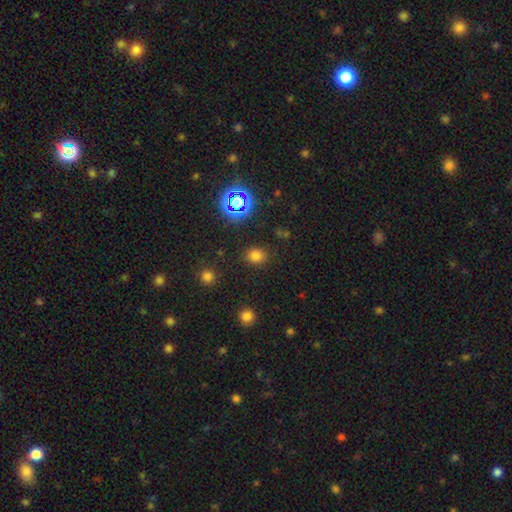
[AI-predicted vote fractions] Smooth or featured? Predicted: smooth (p=0.72). How rounded? Predicted: round (p=0.71). Merging? Predicted: none (p=0.85).